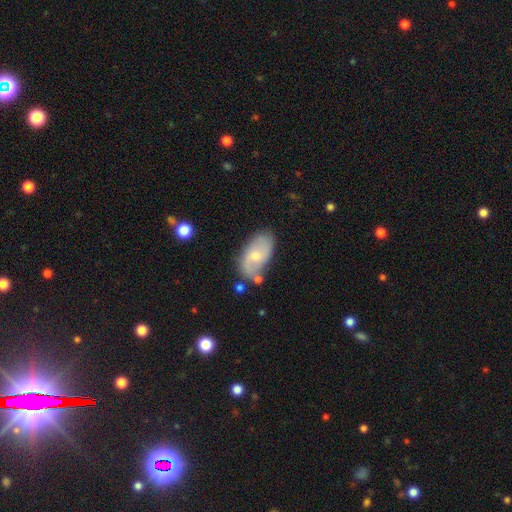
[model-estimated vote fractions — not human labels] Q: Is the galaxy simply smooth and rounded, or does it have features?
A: featured or disk — 47%, tied with smooth.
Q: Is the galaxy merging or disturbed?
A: none — 65%.